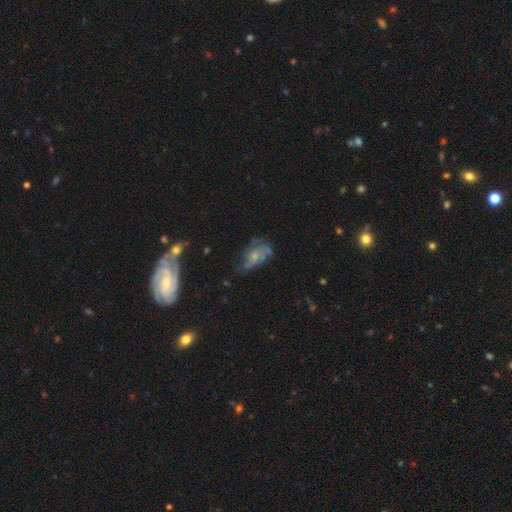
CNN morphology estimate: featured or disk 58%, smooth 29%, star or artifact 12%. Down the decision tree: edge-on disk — no (94%); bar — no (78%); spiral arms — yes (64%); bulge size — small (55%); merging — none (37%).